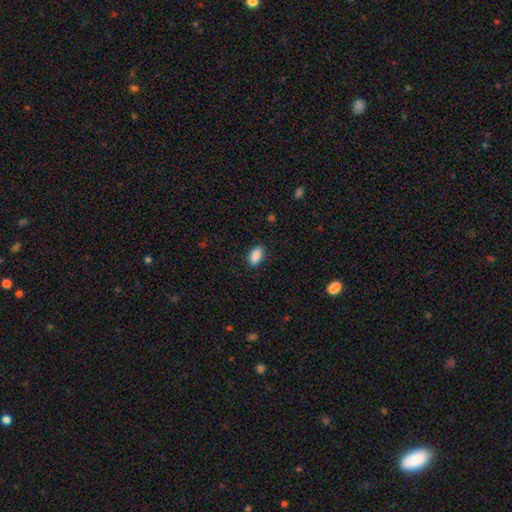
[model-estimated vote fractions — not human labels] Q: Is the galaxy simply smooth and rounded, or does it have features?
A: smooth — 90%.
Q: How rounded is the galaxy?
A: in between — 93%.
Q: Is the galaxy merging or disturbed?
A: none — 87%.